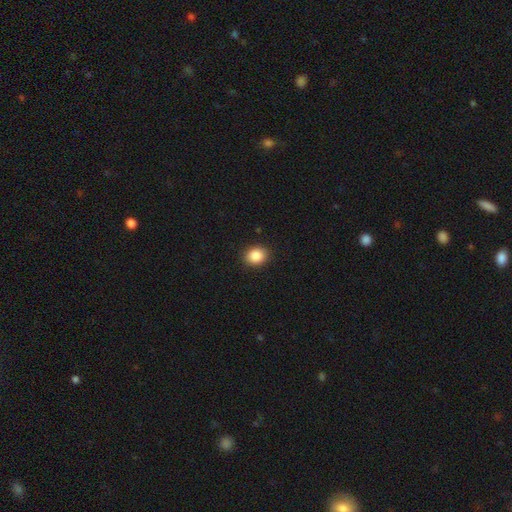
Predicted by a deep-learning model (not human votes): A smooth galaxy with no disk features (88%) that is round (58%). Merging: none (91%).